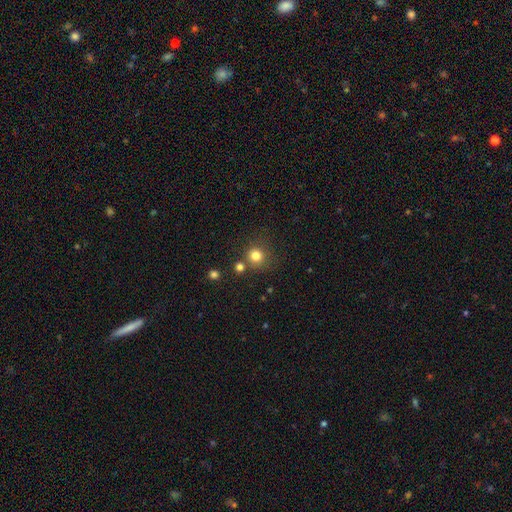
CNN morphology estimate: Q: Smooth or featured?
A: smooth (80%); runner-up: star or artifact (14%)
Q: How rounded?
A: round (92%); runner-up: in between (7%)
Q: Merging?
A: none (75%); runner-up: merger (11%)